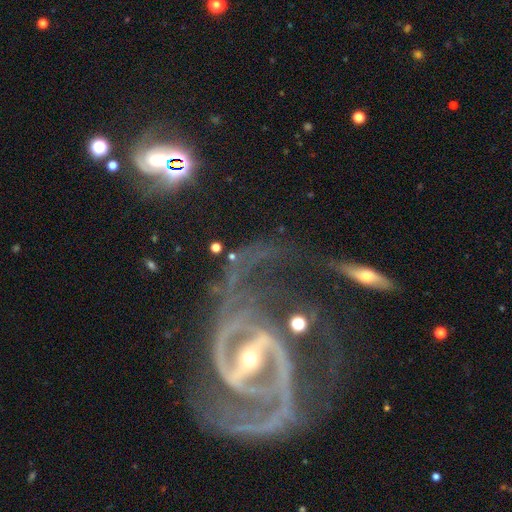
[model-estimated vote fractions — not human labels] A featured or disk galaxy (89%) with a strong bar (62%), 2 (83%) medium (51%) spiral arms (95%) and a small central bulge (65%). Merging: none (39%).